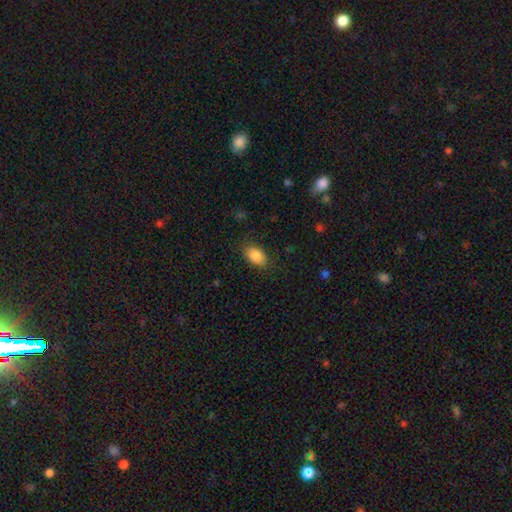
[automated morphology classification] smooth 86%, star or artifact 7%, featured or disk 6%. Down the decision tree: how rounded — in between (88%); merging — none (83%).